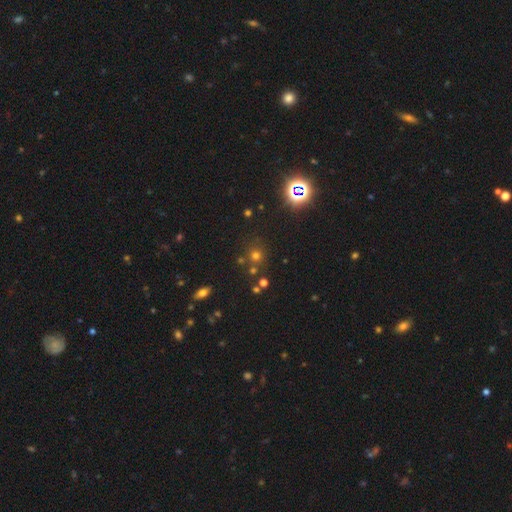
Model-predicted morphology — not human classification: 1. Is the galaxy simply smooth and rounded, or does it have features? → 59% smooth, 33% star or artifact, 9% featured or disk.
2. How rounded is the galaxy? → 90% round, 9% in between, 1% cigar-shaped.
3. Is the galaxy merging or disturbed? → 74% none, 12% merger, 9% minor disturbance, 4% major disturbance.